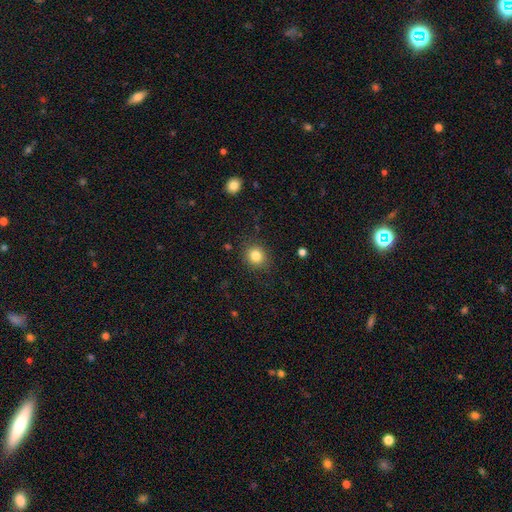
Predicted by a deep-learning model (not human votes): smooth 83%, star or artifact 11%, featured or disk 6%. Down the decision tree: how rounded — round (82%); merging — none (87%).